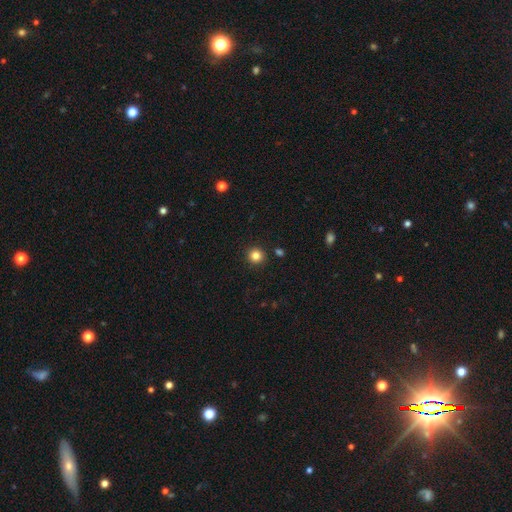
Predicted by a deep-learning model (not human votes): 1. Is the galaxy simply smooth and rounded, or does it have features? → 83% smooth, 12% star or artifact, 5% featured or disk.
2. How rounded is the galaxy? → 94% round, 5% in between, 1% cigar-shaped.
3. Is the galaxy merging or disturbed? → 92% none, 5% minor disturbance, 2% merger, 2% major disturbance.